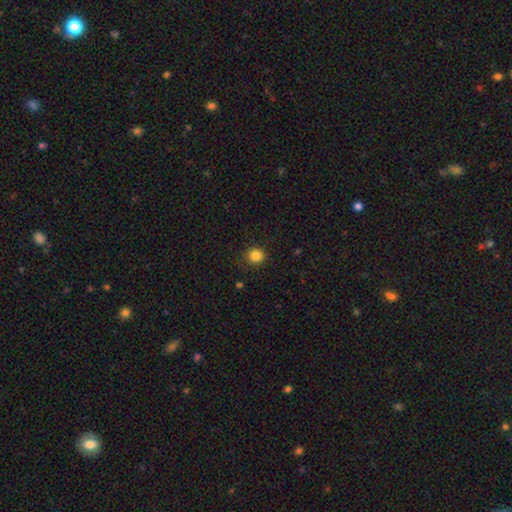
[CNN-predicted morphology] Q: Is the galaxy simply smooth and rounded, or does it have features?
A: smooth — 84%.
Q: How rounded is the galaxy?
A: round — 90%.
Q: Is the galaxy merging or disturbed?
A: none — 88%.